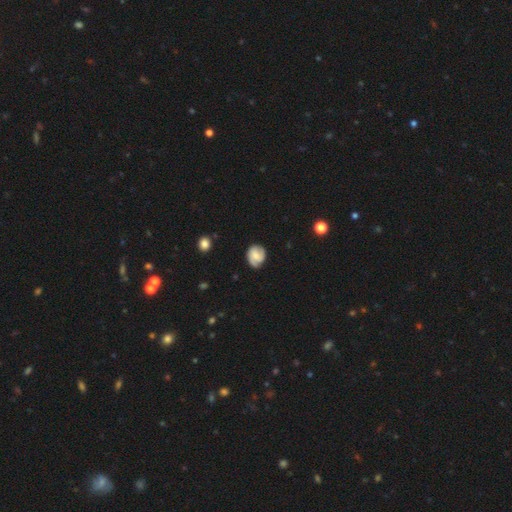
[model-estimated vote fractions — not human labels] This is possibly a featured or disk galaxy (57%). It is clearly not viewed edge-on (97%). Bar: possibly no (46%). Spiral arm pattern: clearly yes (90%). Spiral arm count: likely 2 (68%). Spiral winding: marginally tight (42%). Central bulge: possibly small (46%). Merging: likely none (72%).